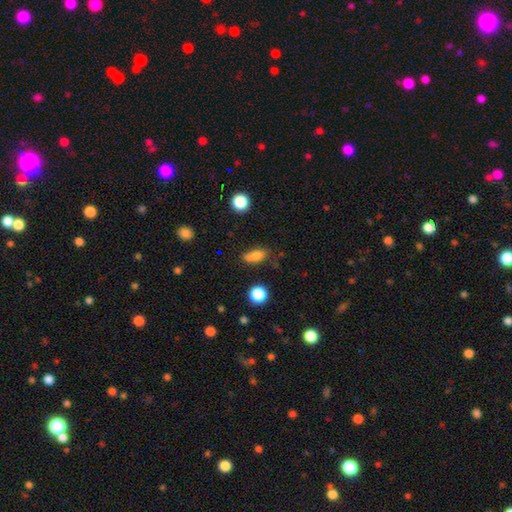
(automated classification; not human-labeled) Overall: smooth (77%). How rounded: in between (76%). Merging: none (51%; minor disturbance 24%).